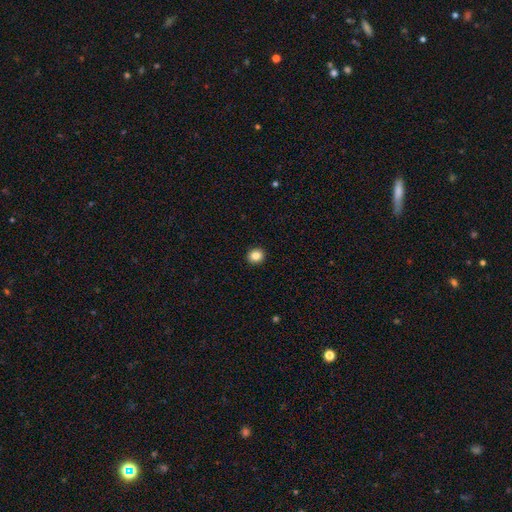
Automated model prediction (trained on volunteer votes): The model was most divided on "how rounded": round: 84%, in between: 15%, cigar-shaped: 1%. More confident: merging — none (93%); smooth or featured — smooth (85%).